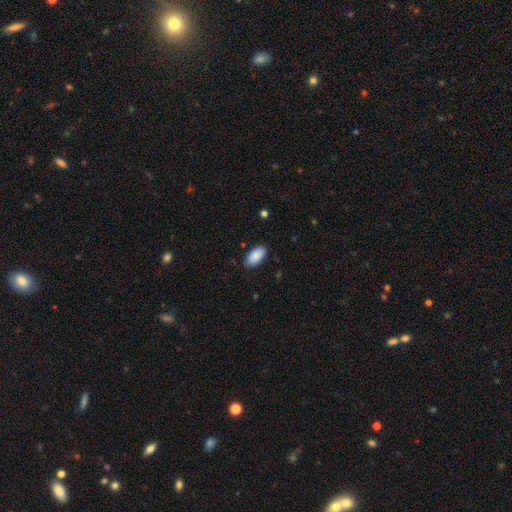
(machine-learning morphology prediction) Smooth or featured?
  - smooth: 90% *
  - star or artifact: 6%
  - featured or disk: 4%
How rounded?
  - in between: 95% *
  - round: 3%
  - cigar-shaped: 2%
Merging?
  - none: 85% *
  - minor disturbance: 12%
  - major disturbance: 2%
  - merger: 1%